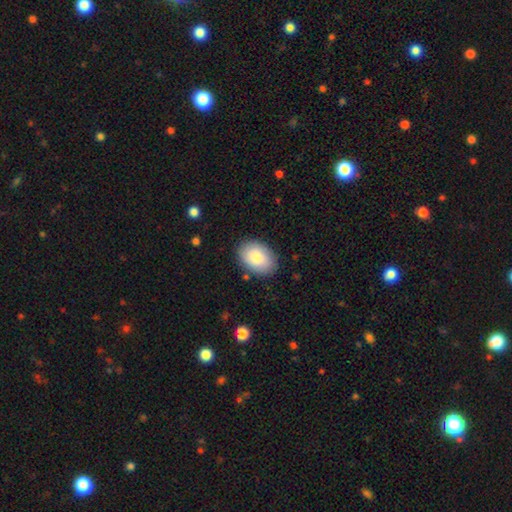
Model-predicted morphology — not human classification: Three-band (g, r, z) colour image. It shows a smooth galaxy with no disk features (84%) that is in between round and cigar-shaped (85%). Merging: none (86%).